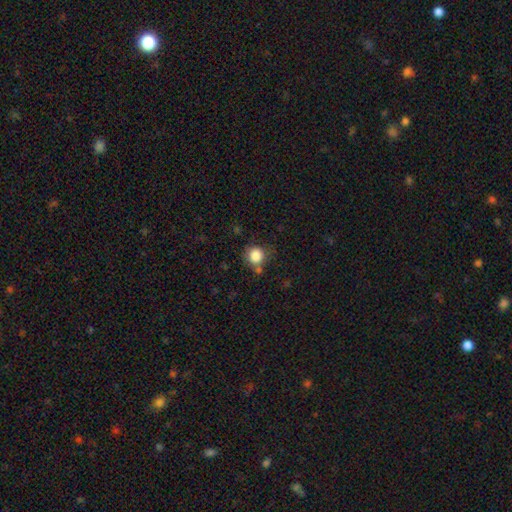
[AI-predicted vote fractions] A smooth galaxy with no disk features (84%) that is round (89%). Merging: none (69%).